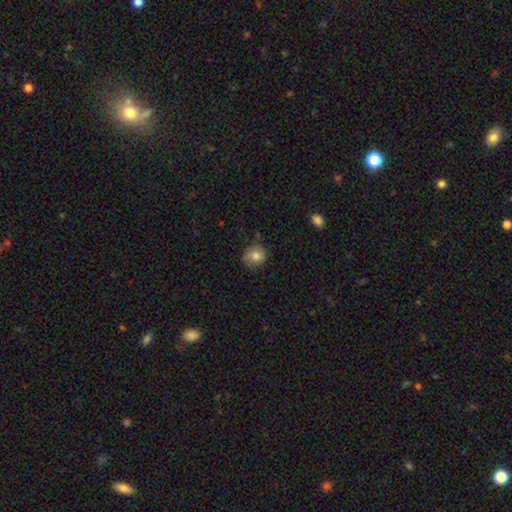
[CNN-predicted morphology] smooth_or_featured: smooth (p=0.76) [alt: featured or disk p=0.15]
how_rounded: round (p=0.83) [alt: in between p=0.16]
merging: none (p=0.67) [alt: minor disturbance p=0.25]